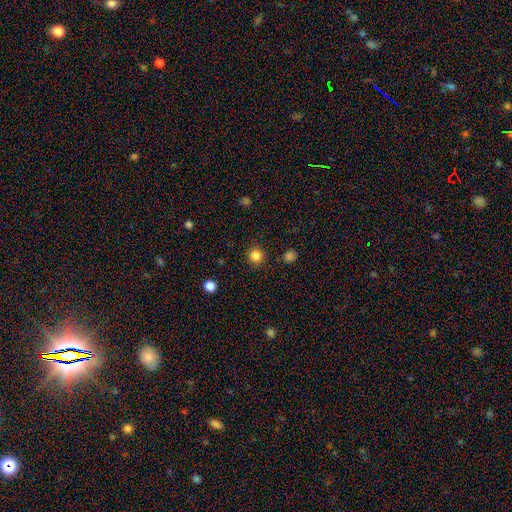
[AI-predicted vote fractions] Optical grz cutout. It shows a smooth galaxy with no disk features (84%) that is round (94%). Merging: none (91%).